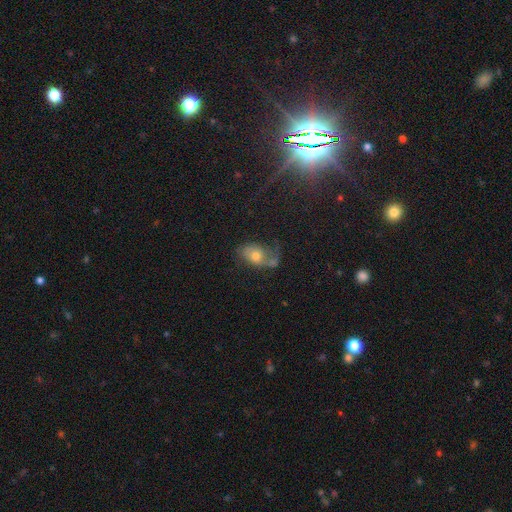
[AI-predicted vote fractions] Smooth or featured? Predicted: smooth (p=0.48). Merging? Predicted: none (p=0.34).